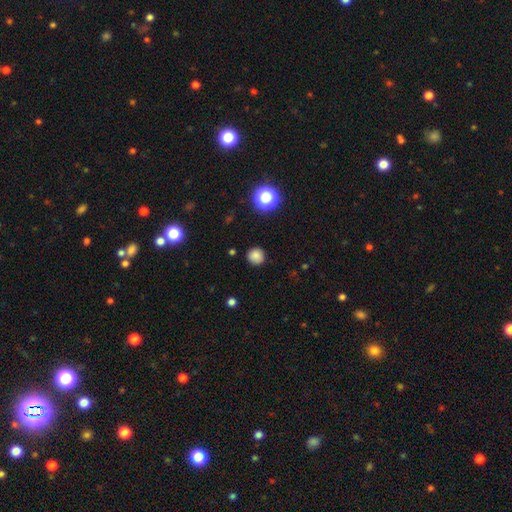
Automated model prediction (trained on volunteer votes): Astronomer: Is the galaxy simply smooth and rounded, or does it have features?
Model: smooth — 82%.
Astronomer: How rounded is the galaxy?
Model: round — 93%.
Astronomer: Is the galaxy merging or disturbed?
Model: none — 88%.